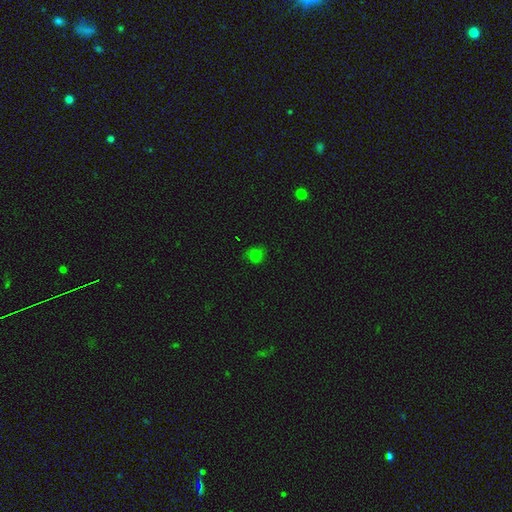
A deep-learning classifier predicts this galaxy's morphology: Smooth or featured? Predicted: smooth (p=0.72). How rounded? Predicted: round (p=0.71). Merging? Predicted: none (p=0.66).